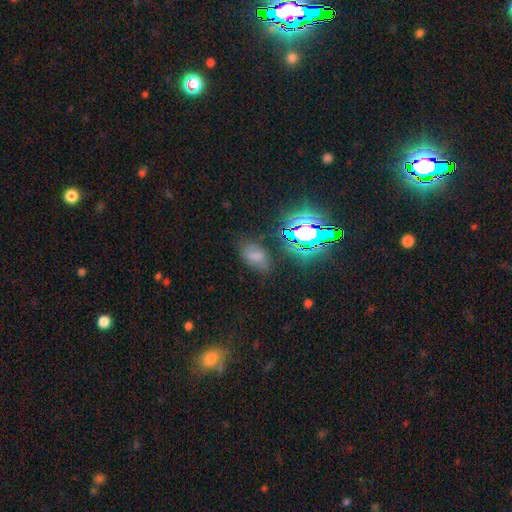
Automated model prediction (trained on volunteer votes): A smooth galaxy with no disk features (58%) that is in between round and cigar-shaped (88%). Merging: none (63%).